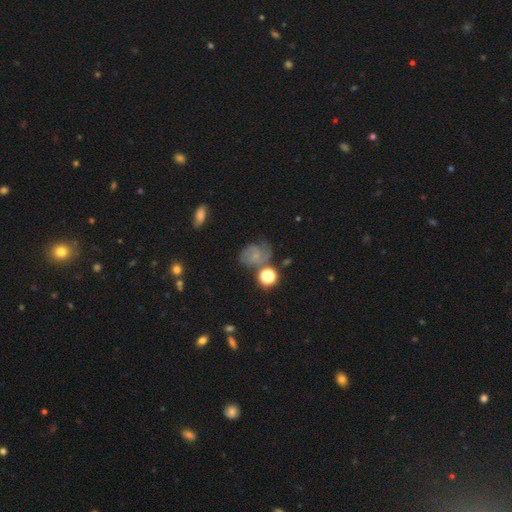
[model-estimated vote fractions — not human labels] A featured or disk galaxy (44%).

Vote fractions:
- Smooth or featured? featured or disk: 44% / smooth: 40% / star or artifact: 16%
- Merging? none: 49% / minor disturbance: 25% / major disturbance: 16% / merger: 10%